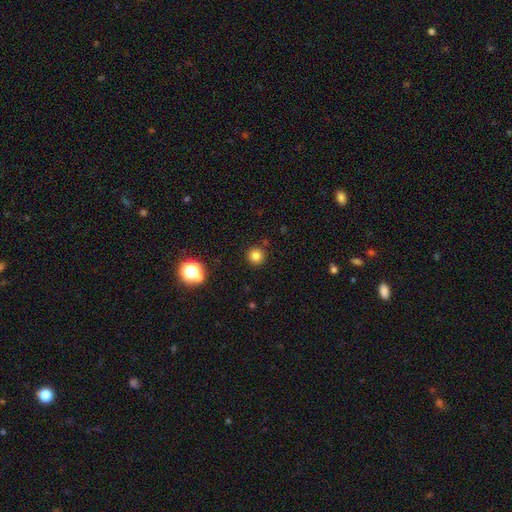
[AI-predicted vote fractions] Overall: smooth (80%). How rounded: round (95%). Merging: none (89%).